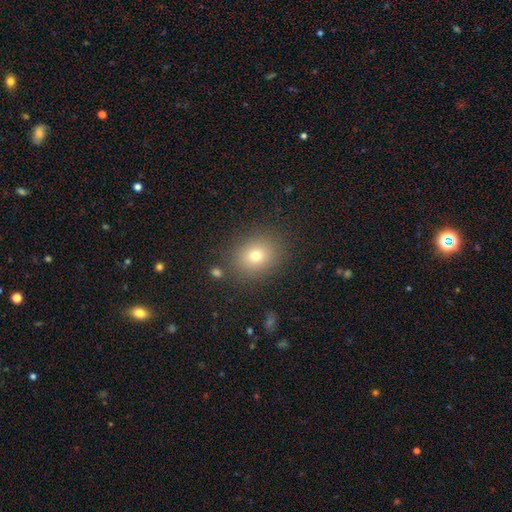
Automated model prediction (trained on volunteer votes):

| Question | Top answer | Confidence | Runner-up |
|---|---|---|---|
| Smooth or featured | smooth | 73% | star or artifact (15%) |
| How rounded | round | 60% | in between (39%) |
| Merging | none | 86% | minor disturbance (8%) |